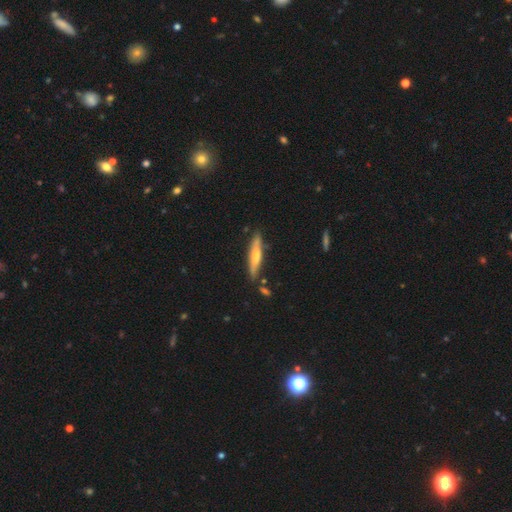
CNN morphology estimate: Smooth or featured? featured or disk (53%)
Edge-on disk? yes (91%)
Merging? none (81%)